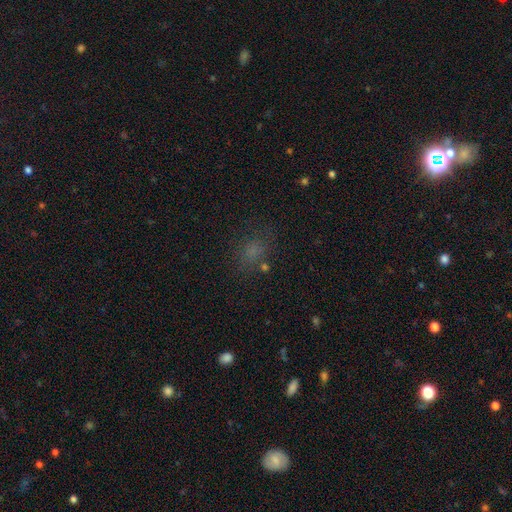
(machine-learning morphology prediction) Q: Smooth or featured?
A: smooth (61%); runner-up: star or artifact (29%)
Q: How rounded?
A: round (53%); runner-up: in between (45%)
Q: Merging?
A: none (73%); runner-up: minor disturbance (14%)